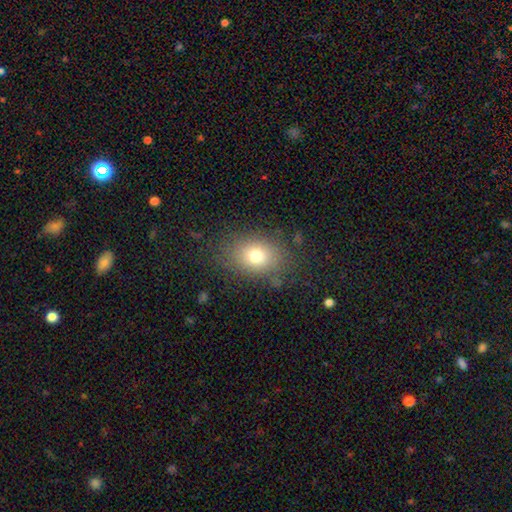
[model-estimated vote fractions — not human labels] This is likely a smooth galaxy (74%). How rounded: likely in between (62%). Merging: likely none (78%).